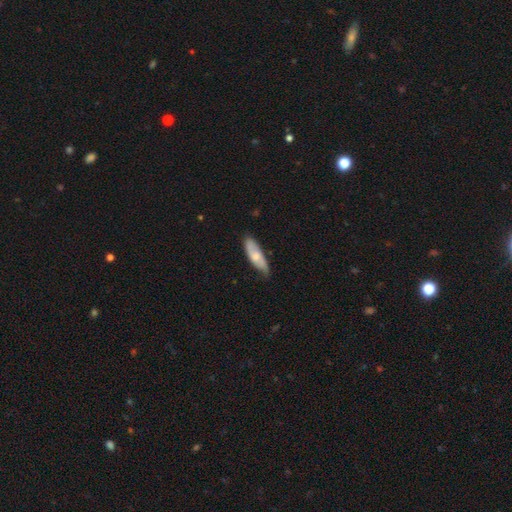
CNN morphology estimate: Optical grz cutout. It shows a smooth galaxy with no disk features (62%) that is in between round and cigar-shaped (58%). Merging: none (67%).